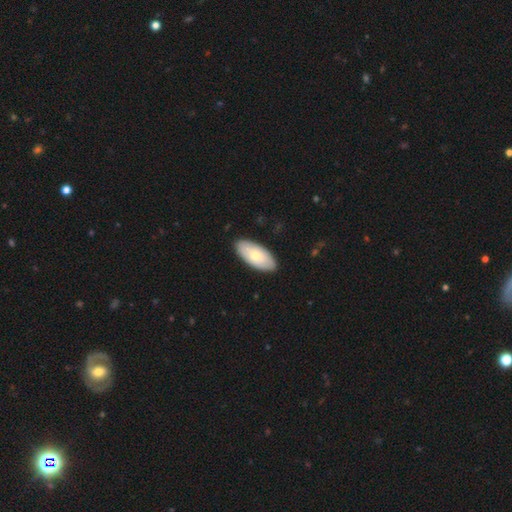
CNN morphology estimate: smooth-or-featured: smooth: 66% | featured or disk: 29% | star or artifact: 5%
  how-rounded: in between: 92% | cigar-shaped: 5% | round: 2%
  merging: none: 88% | minor disturbance: 9% | major disturbance: 2% | merger: 1%